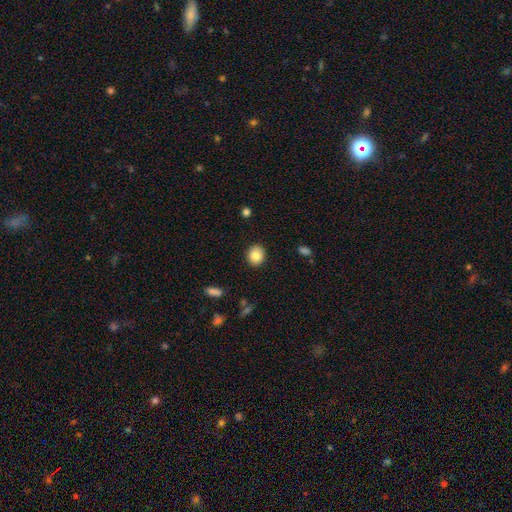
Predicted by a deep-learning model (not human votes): Q: Smooth or featured?
A: smooth (84%); runner-up: star or artifact (9%)
Q: How rounded?
A: round (74%); runner-up: in between (25%)
Q: Merging?
A: none (90%); runner-up: minor disturbance (7%)